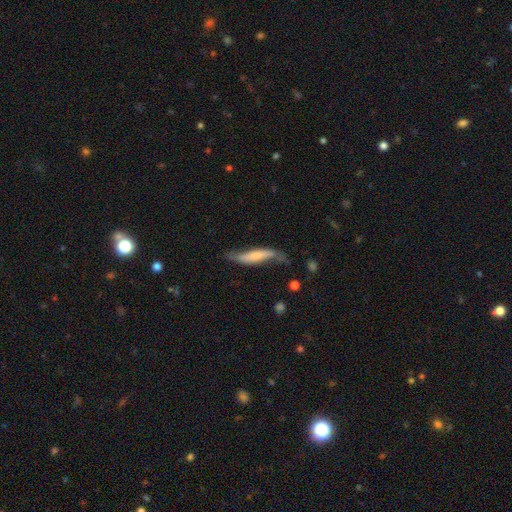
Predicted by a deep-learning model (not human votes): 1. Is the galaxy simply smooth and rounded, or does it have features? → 54% featured or disk, 40% smooth, 6% star or artifact.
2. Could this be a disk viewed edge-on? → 51% yes, 49% no.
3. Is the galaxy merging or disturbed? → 50% none, 31% minor disturbance, 15% major disturbance, 4% merger.